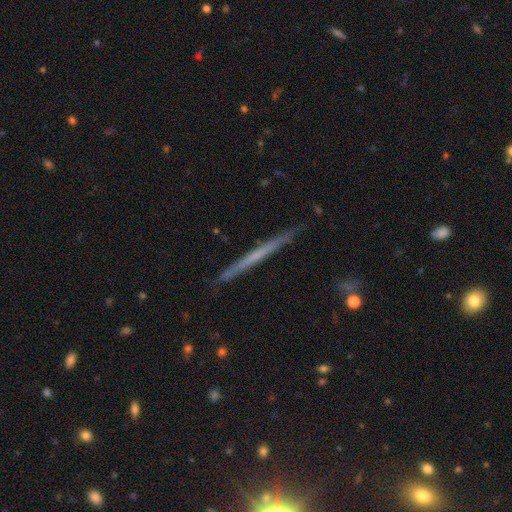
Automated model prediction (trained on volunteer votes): Smooth or featured? featured or disk (55%)
Edge-on disk? yes (98%)
Edge-on bulge? none (89%)
Merging? none (90%)